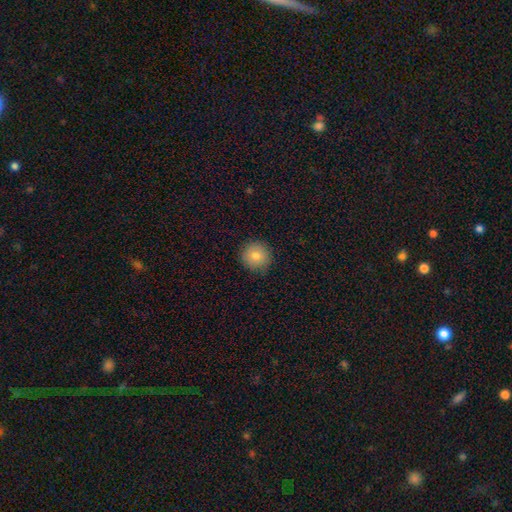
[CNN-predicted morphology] This appears to be a smooth galaxy with no disk features (83%) that is round (95%). Merging: none (90%).